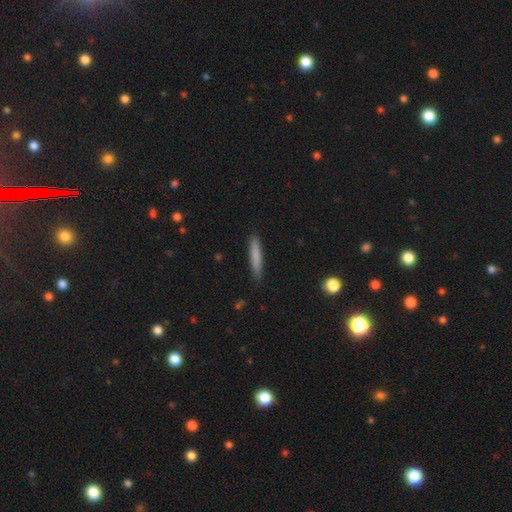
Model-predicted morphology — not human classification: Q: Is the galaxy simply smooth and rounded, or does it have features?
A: smooth — 79%.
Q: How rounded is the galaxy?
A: cigar-shaped — 92%.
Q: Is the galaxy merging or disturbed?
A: none — 87%.